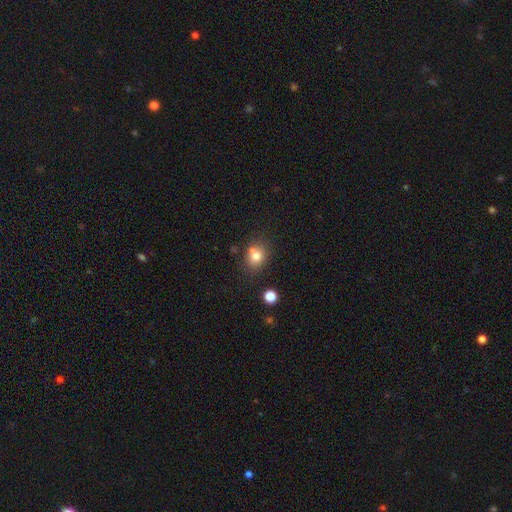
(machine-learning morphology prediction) Q: Smooth or featured?
A: smooth (77%); runner-up: star or artifact (13%)
Q: How rounded?
A: round (65%); runner-up: in between (34%)
Q: Merging?
A: none (63%); runner-up: merger (19%)